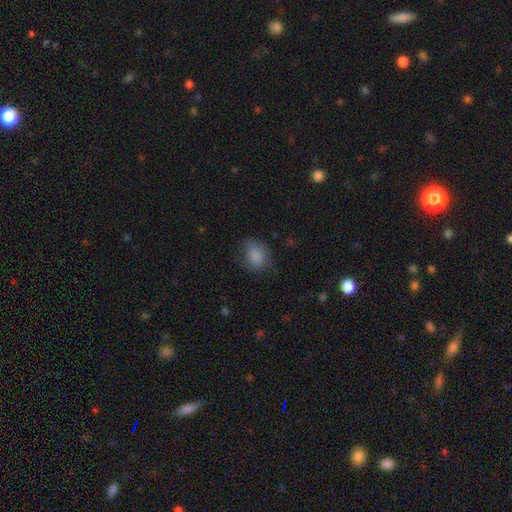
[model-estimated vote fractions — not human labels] This is clearly a smooth galaxy (84%). How rounded: possibly round (51%). Merging: likely none (61%).